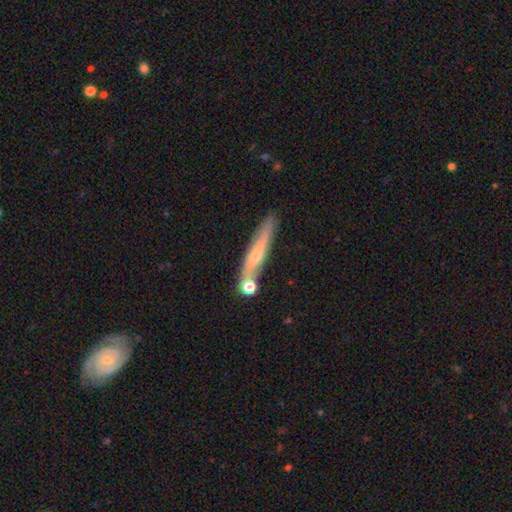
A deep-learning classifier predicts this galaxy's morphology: A featured or disk galaxy (56%) viewed edge-on (79%). Merging: none (70%).